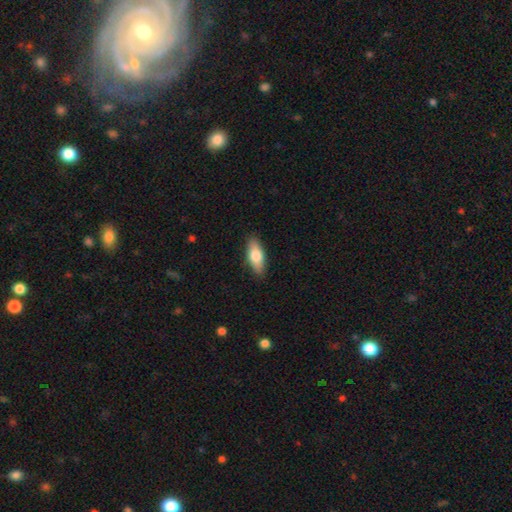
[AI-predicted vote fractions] smooth-or-featured: smooth: 74% | featured or disk: 20% | star or artifact: 6%
  how-rounded: in between: 73% | cigar-shaped: 24% | round: 3%
  merging: none: 88% | minor disturbance: 9% | major disturbance: 2% | merger: 1%